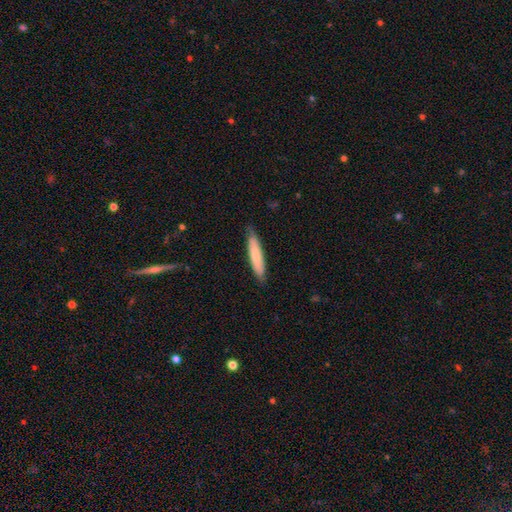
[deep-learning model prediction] smooth_or_featured: smooth (p=0.76) [alt: featured or disk p=0.19]
how_rounded: cigar-shaped (p=0.88) [alt: in between p=0.11]
merging: none (p=0.80) [alt: minor disturbance p=0.16]